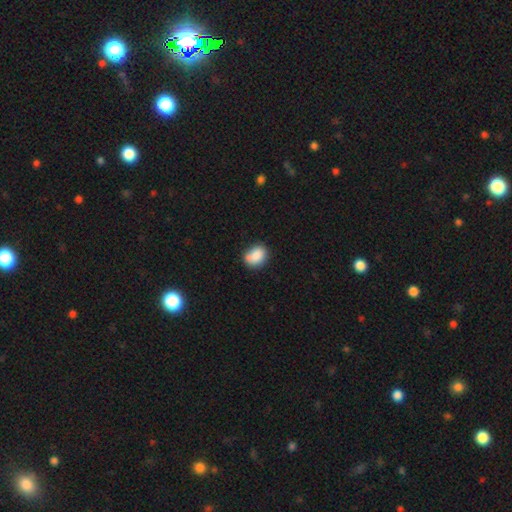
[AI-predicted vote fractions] smooth-or-featured: smooth: 85% | star or artifact: 9% | featured or disk: 6%
  how-rounded: in between: 55% | round: 44% | cigar-shaped: 1%
  merging: none: 66% | minor disturbance: 22% | merger: 8% | major disturbance: 4%